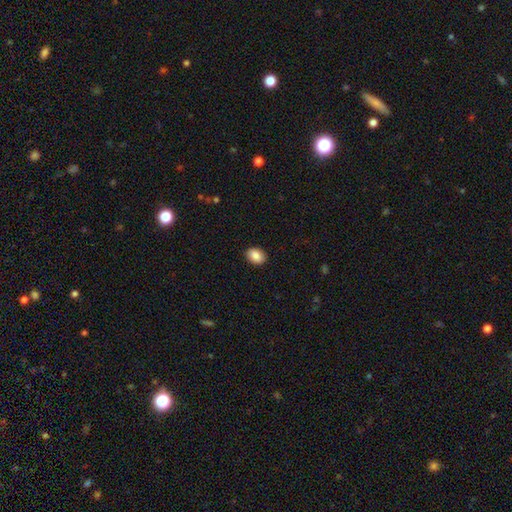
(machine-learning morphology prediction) A smooth galaxy with no disk features (87%) that is in between round and cigar-shaped (70%).

Vote fractions:
- Smooth or featured? smooth: 87% / star or artifact: 8% / featured or disk: 5%
- How rounded? in between: 70% / round: 28% / cigar-shaped: 1%
- Merging? none: 90% / minor disturbance: 8% / major disturbance: 2% / merger: 1%